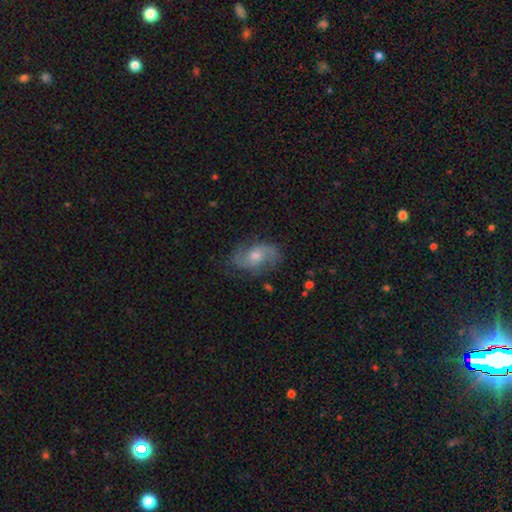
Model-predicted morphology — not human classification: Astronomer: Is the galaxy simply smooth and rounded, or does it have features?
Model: featured or disk — 74%.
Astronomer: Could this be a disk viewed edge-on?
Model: no — 96%.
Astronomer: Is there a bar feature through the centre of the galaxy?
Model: no — 62%.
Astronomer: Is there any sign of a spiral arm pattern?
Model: yes — 93%.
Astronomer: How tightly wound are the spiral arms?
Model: medium — 48% (runner-up: loose, 33%).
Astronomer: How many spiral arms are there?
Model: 2 — 83%.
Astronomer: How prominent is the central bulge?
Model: moderate — 59%.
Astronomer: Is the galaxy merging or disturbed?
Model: none — 74%.